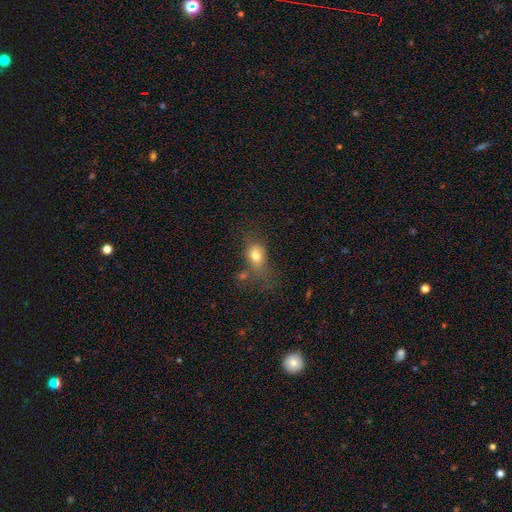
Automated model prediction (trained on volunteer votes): Overall: smooth (76%). How rounded: in between (70%). Merging: none (43%; minor disturbance 25%).